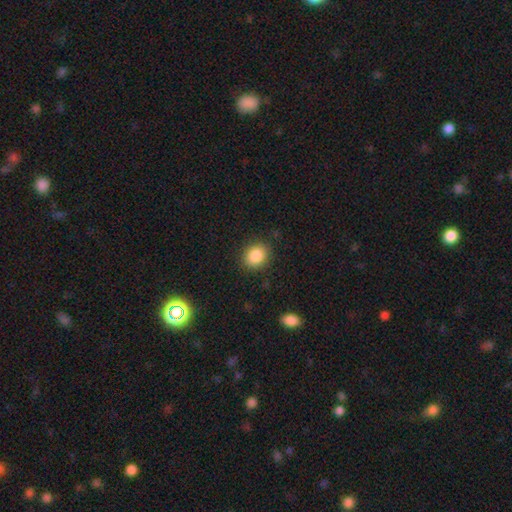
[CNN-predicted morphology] Smooth or featured?
  - smooth: 87% *
  - star or artifact: 9%
  - featured or disk: 4%
How rounded?
  - round: 64% *
  - in between: 35%
  - cigar-shaped: 1%
Merging?
  - none: 88% *
  - minor disturbance: 8%
  - major disturbance: 3%
  - merger: 1%